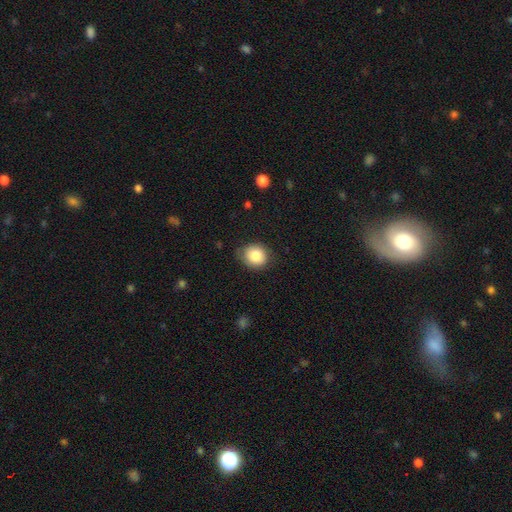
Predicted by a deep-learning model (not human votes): smooth_or_featured: smooth (p=0.82) [alt: featured or disk p=0.09]
how_rounded: round (p=0.77) [alt: in between p=0.22]
merging: none (p=0.76) [alt: minor disturbance p=0.19]